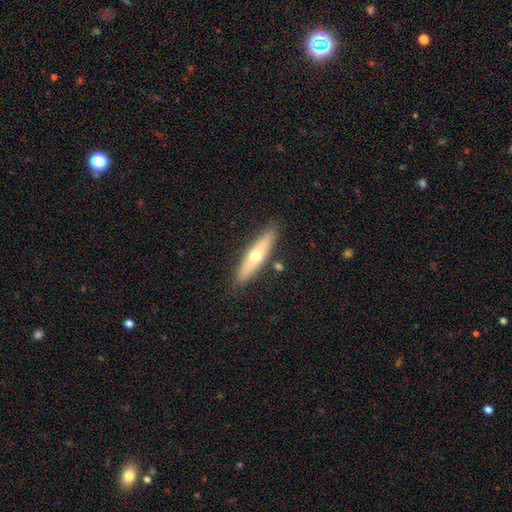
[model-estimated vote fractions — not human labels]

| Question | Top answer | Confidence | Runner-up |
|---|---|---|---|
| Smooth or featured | smooth | 50% | featured or disk (43%) |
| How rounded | cigar-shaped | 78% | in between (20%) |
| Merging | none | 85% | minor disturbance (10%) |